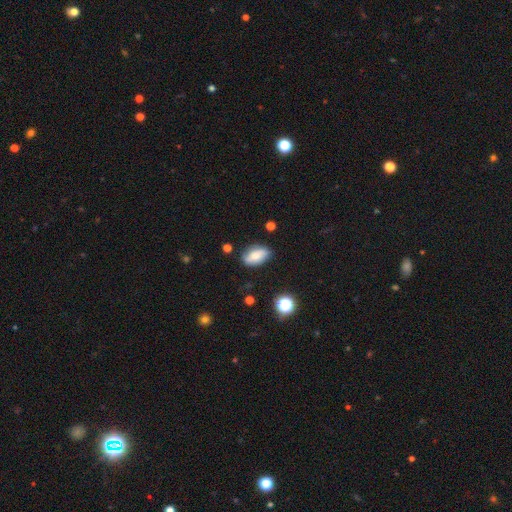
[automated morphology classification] Smooth or featured? Predicted: smooth (p=0.68). How rounded? Predicted: in between (p=0.90). Merging? Predicted: none (p=0.77).